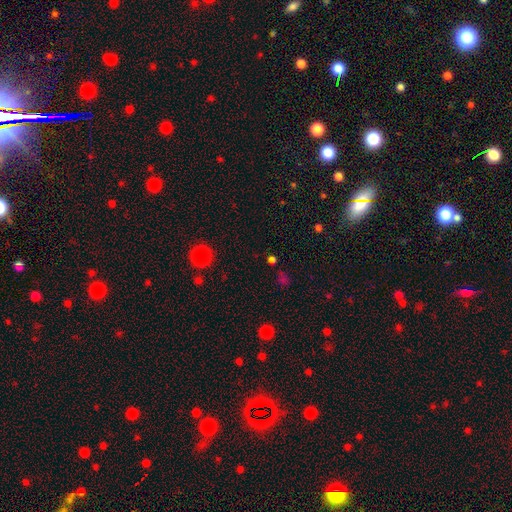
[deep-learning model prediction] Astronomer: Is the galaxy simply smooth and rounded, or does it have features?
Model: smooth — 53% (runner-up: star or artifact, 40%).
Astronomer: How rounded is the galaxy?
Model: round — 81%.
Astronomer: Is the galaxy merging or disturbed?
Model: none — 81%.